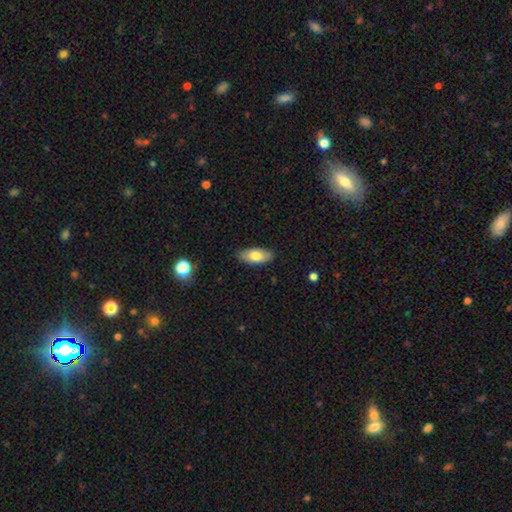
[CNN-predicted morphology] Smooth or featured? Predicted: smooth (p=0.77). How rounded? Predicted: in between (p=0.88). Merging? Predicted: none (p=0.83).